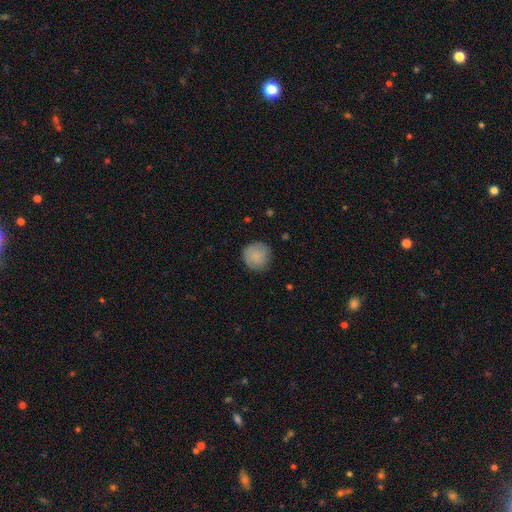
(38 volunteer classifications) Morphology: type=smooth (92%); roundness=round (94%); merging=none (95%).